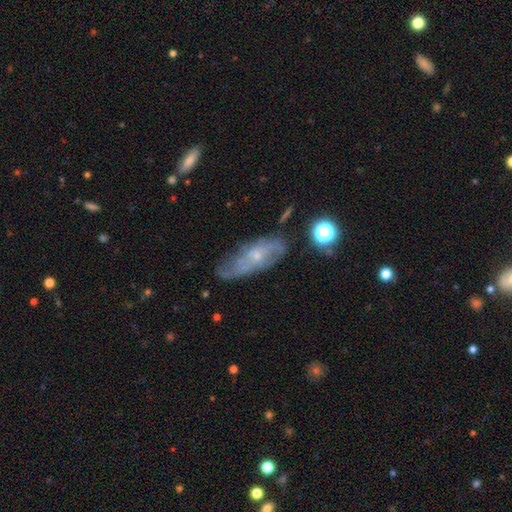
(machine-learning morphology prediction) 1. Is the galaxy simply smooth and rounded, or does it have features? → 63% featured or disk, 28% smooth, 9% star or artifact.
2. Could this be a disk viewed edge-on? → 83% no, 17% yes.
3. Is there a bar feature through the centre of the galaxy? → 76% no, 21% weak, 4% strong.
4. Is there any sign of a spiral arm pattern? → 74% yes, 26% no.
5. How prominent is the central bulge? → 71% small, 23% moderate, 4% none, 1% large, 1% dominant.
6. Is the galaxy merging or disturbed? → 55% none, 29% minor disturbance, 12% major disturbance, 4% merger.